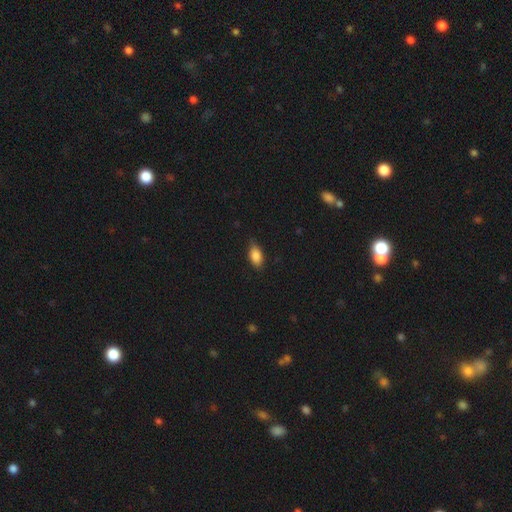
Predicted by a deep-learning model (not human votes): smooth 86%, star or artifact 7%, featured or disk 7%. Down the decision tree: how rounded — in between (89%); merging — none (76%).